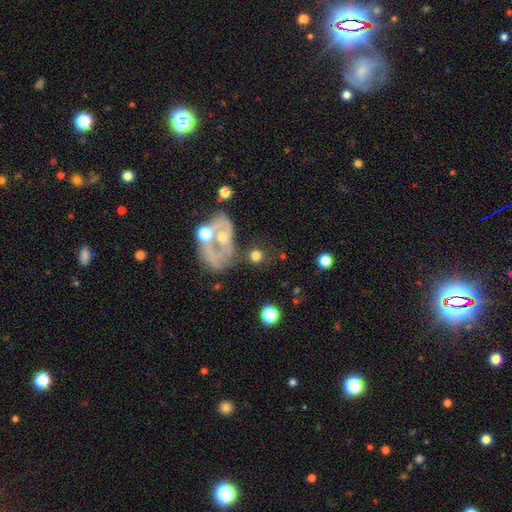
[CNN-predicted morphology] smooth_or_featured: smooth (p=0.67) [alt: featured or disk p=0.22]
how_rounded: round (p=0.79) [alt: in between p=0.19]
merging: none (p=0.52) [alt: merger p=0.21]